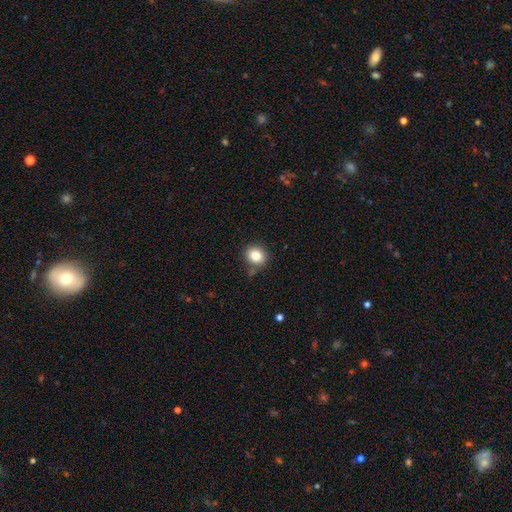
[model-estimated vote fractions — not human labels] Smooth or featured?
  - smooth: 82% *
  - star or artifact: 11%
  - featured or disk: 7%
How rounded?
  - round: 75% *
  - in between: 24%
  - cigar-shaped: 1%
Merging?
  - none: 82% *
  - minor disturbance: 11%
  - merger: 4%
  - major disturbance: 3%